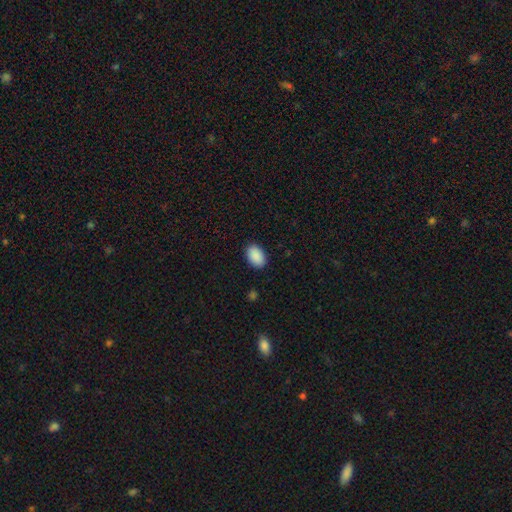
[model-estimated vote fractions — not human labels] Morphology: type=smooth (91%); roundness=in between (90%); merging=none (89%).